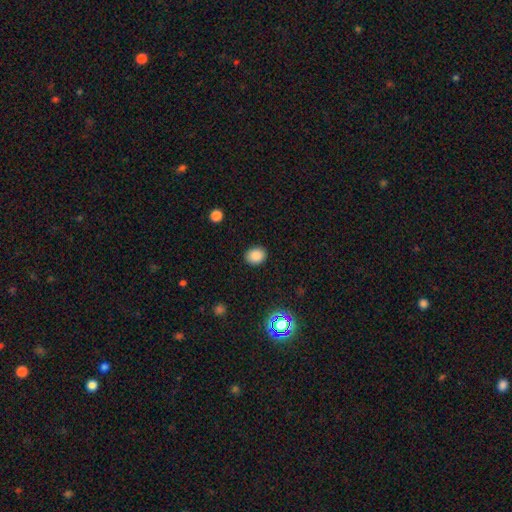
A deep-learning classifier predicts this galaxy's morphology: type=smooth (86%); roundness=round (51%); merging=none (89%).